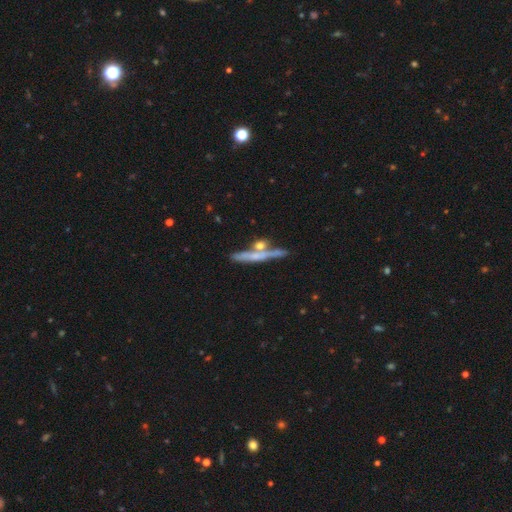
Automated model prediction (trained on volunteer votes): Overall: featured or disk (54%; smooth 39%). Edge-on disk: yes (91%). Merging: none (65%).